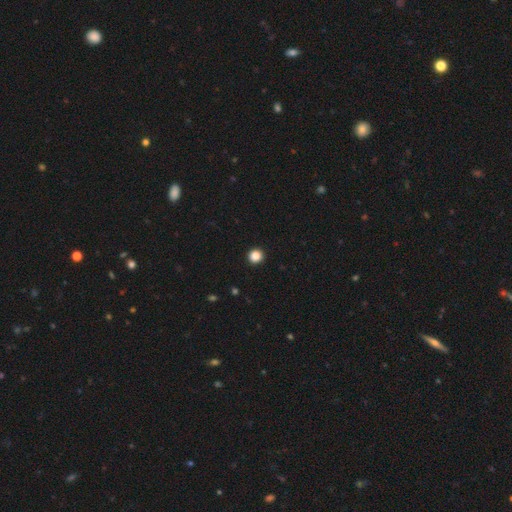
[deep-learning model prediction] Overall: smooth (86%). How rounded: round (94%). Merging: none (94%).